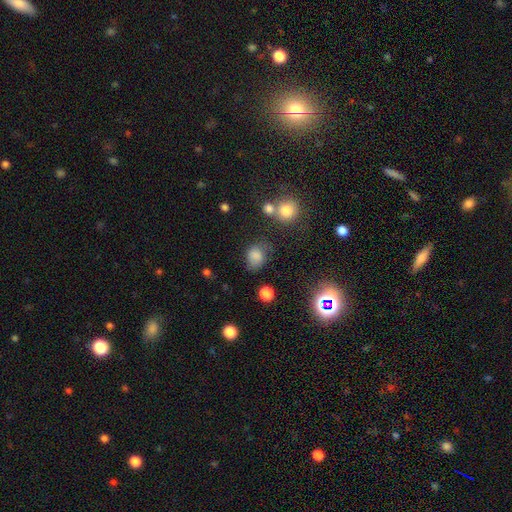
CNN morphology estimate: This is likely a smooth galaxy (78%). How rounded: possibly in between (57%). Merging: possibly none (52%).